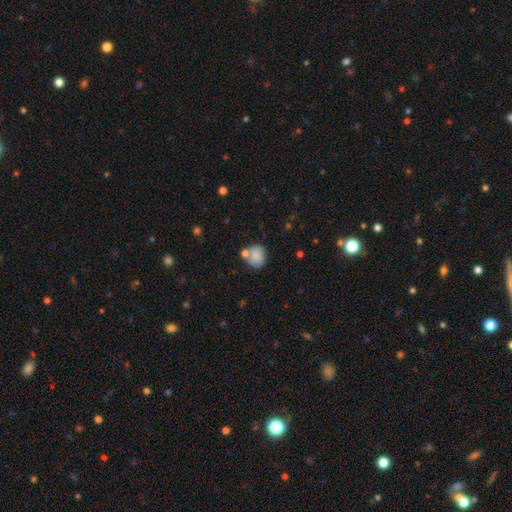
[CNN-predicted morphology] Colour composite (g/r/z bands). It shows a smooth galaxy with no disk features (81%) that is round (71%). Merging: none (58%).